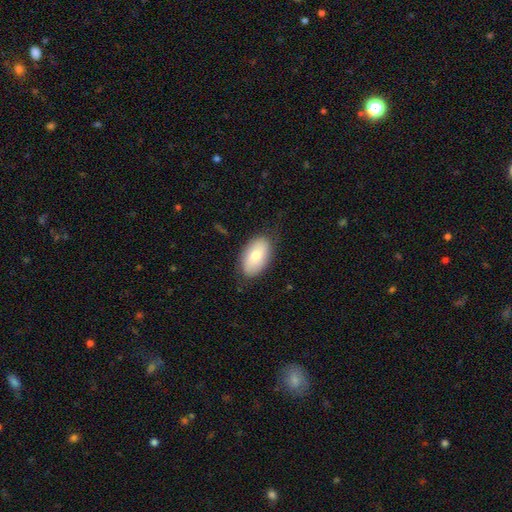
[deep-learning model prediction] This is likely a smooth galaxy (76%). How rounded: clearly in between (94%). Merging: likely none (79%).